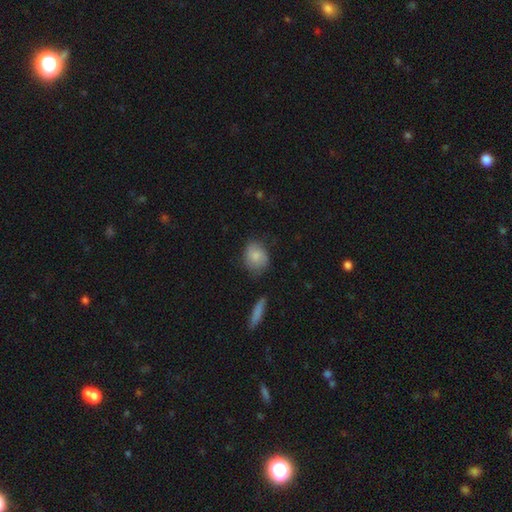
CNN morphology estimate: A smooth galaxy with no disk features (81%) that is round (55%).

Vote fractions:
- Smooth or featured? smooth: 81% / featured or disk: 12% / star or artifact: 7%
- How rounded? round: 55% / in between: 43% / cigar-shaped: 2%
- Merging? none: 66% / minor disturbance: 24% / major disturbance: 6% / merger: 3%